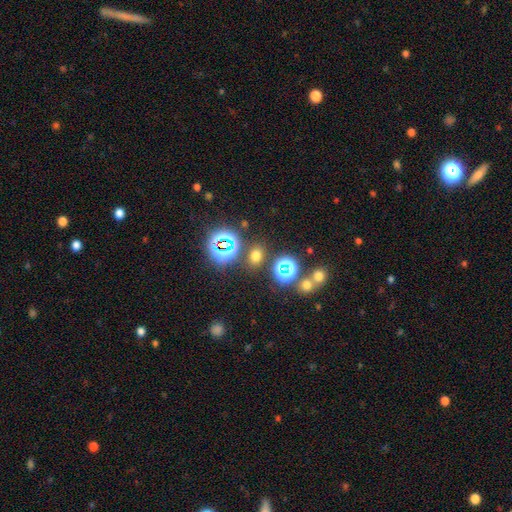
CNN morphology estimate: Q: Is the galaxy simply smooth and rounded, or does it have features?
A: smooth — 58%.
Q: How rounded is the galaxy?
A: in between — 52%.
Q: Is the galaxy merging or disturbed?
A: none — 82%.